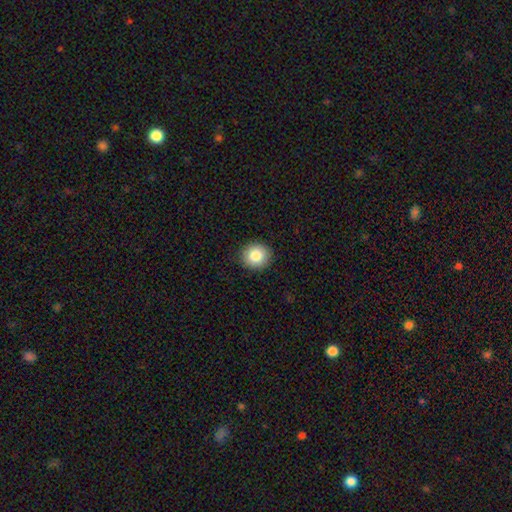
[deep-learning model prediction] Smooth or featured?
  - smooth: 84% *
  - star or artifact: 9%
  - featured or disk: 7%
How rounded?
  - round: 87% *
  - in between: 12%
  - cigar-shaped: 1%
Merging?
  - none: 90% *
  - minor disturbance: 7%
  - major disturbance: 2%
  - merger: 1%